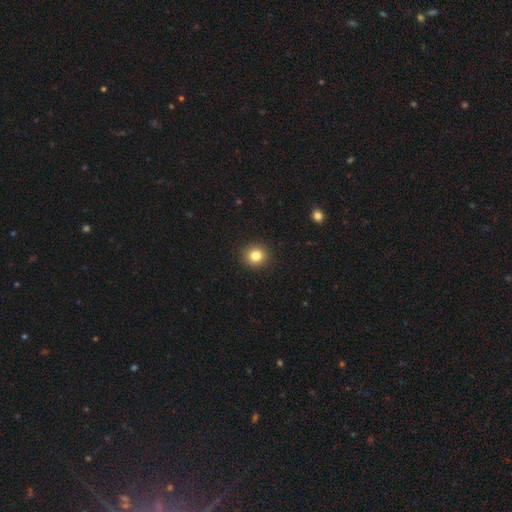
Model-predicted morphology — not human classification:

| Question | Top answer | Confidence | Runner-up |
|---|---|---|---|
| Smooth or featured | smooth | 82% | star or artifact (12%) |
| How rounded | round | 90% | in between (9%) |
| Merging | none | 92% | minor disturbance (5%) |